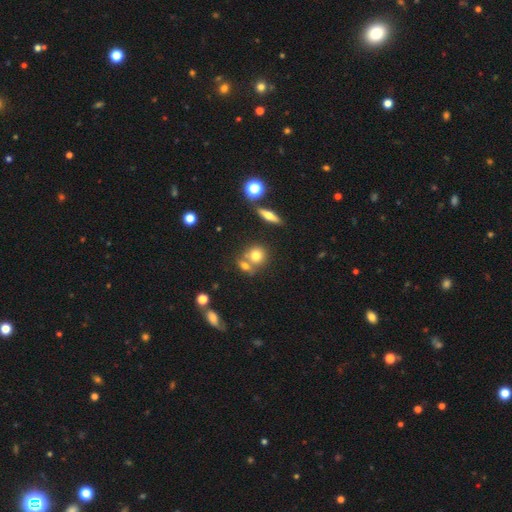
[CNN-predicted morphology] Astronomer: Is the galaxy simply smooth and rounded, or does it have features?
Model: smooth — 70%.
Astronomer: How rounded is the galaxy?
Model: round — 76%.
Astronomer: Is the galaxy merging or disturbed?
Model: none — 52% (runner-up: merger, 35%).